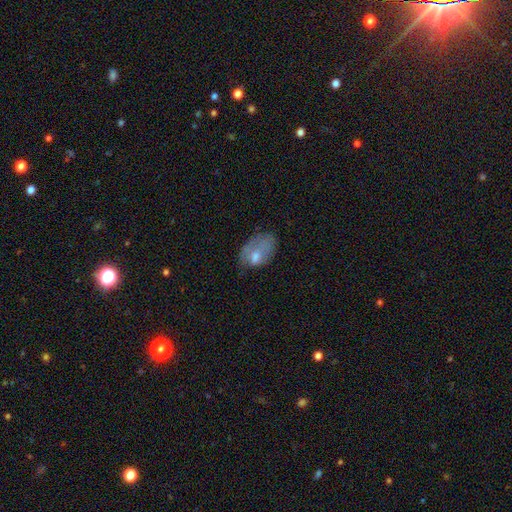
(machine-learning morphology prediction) Smooth or featured? smooth (56%)
How rounded? in between (88%)
Merging? none (37%)